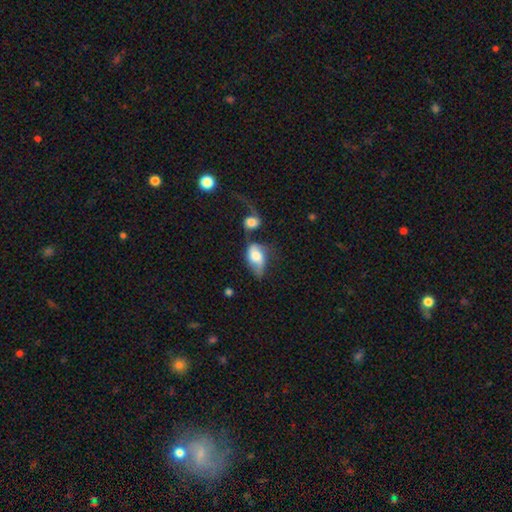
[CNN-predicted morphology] Smooth or featured? Predicted: smooth (p=0.48). Merging? Predicted: merger (p=0.40).